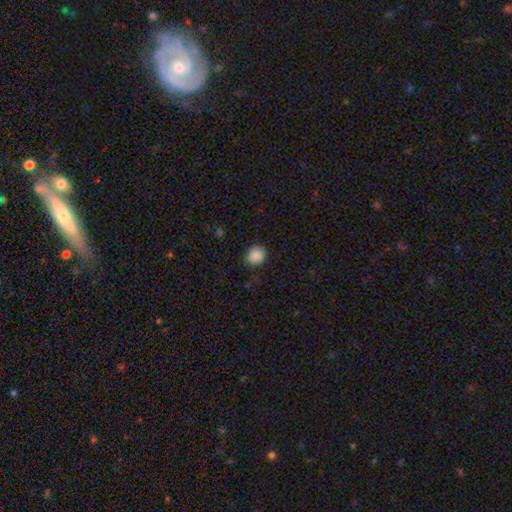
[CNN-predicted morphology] Smooth or featured?
  - smooth: 88% *
  - star or artifact: 9%
  - featured or disk: 4%
How rounded?
  - round: 79% *
  - in between: 20%
  - cigar-shaped: 1%
Merging?
  - none: 87% *
  - minor disturbance: 10%
  - major disturbance: 2%
  - merger: 1%